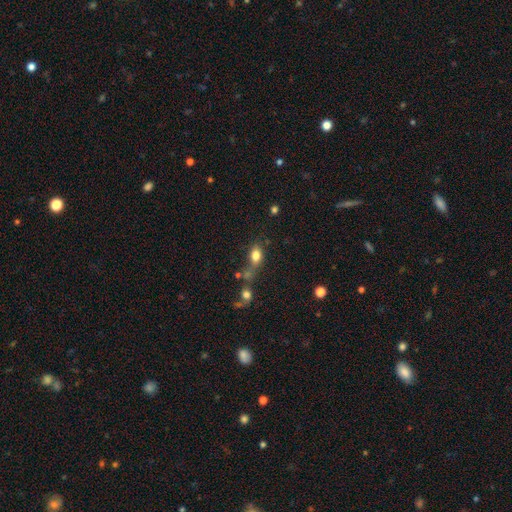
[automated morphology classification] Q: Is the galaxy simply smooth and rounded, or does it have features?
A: smooth — 80%.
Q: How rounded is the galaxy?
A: in between — 73%.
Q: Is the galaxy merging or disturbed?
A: none — 40%.